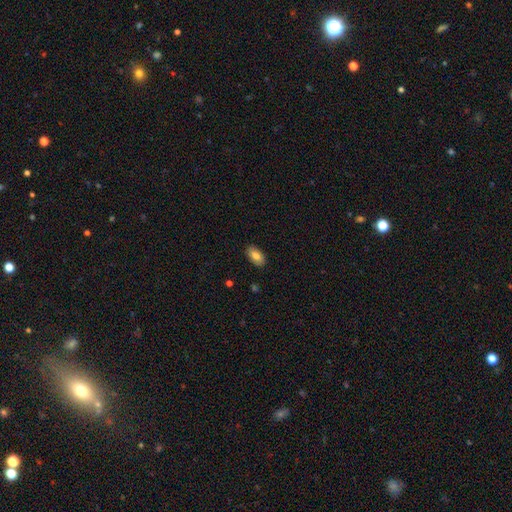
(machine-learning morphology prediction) Smooth or featured? Predicted: smooth (p=0.83). How rounded? Predicted: in between (p=0.94). Merging? Predicted: none (p=0.88).